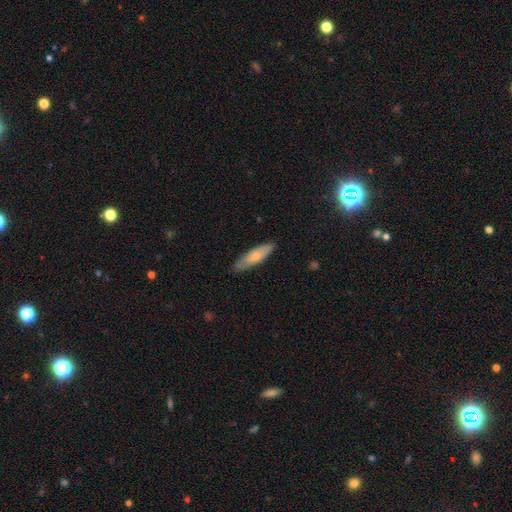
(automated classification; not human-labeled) This is likely a smooth galaxy (62%). How rounded: possibly cigar-shaped (55%). Merging: likely none (78%).